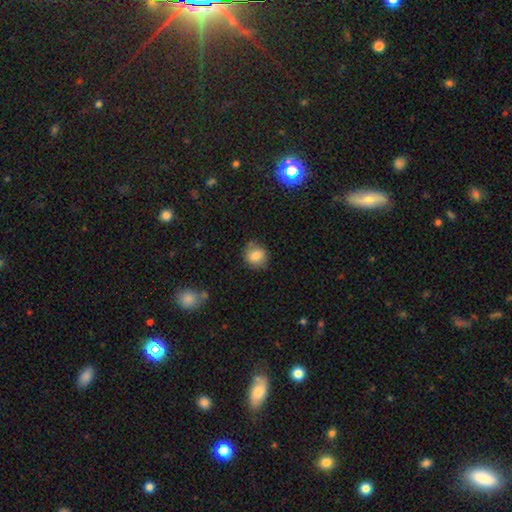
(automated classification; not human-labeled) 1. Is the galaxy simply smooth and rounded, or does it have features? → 81% smooth, 10% featured or disk, 9% star or artifact.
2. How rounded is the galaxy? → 77% round, 22% in between, 1% cigar-shaped.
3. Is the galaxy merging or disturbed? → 77% none, 18% minor disturbance, 4% major disturbance, 2% merger.